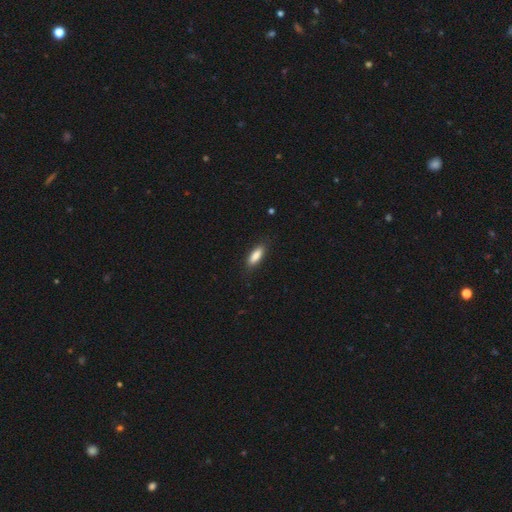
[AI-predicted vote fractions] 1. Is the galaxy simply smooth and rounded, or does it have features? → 85% smooth, 8% featured or disk, 6% star or artifact.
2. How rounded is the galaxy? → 57% in between, 41% cigar-shaped, 2% round.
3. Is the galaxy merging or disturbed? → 84% none, 12% minor disturbance, 3% major disturbance, 1% merger.